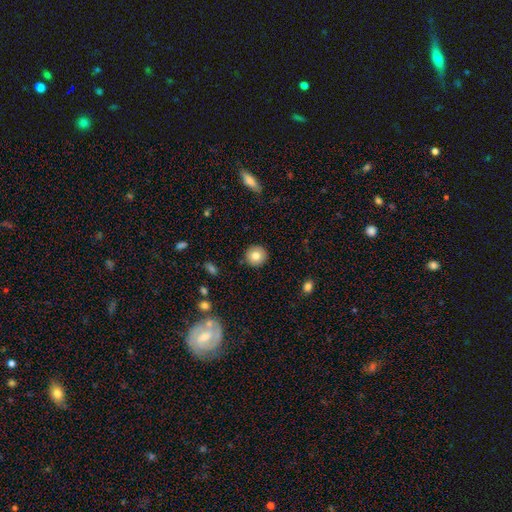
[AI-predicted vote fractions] Smooth or featured: smooth — 81% (featured or disk — 10%)
How rounded: round — 93% (in between — 6%)
Merging: none — 91% (minor disturbance — 6%)